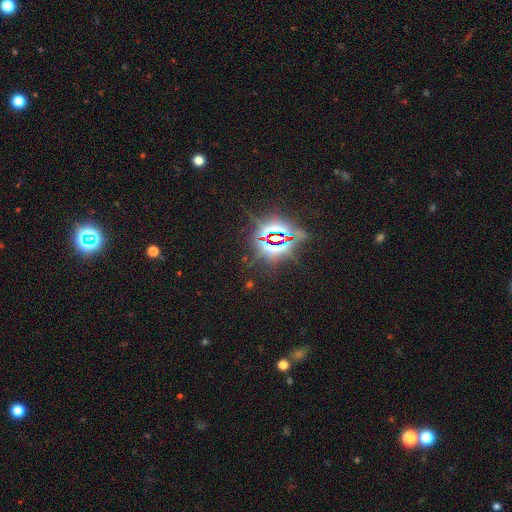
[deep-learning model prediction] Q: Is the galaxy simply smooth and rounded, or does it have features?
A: star or artifact — 82%.